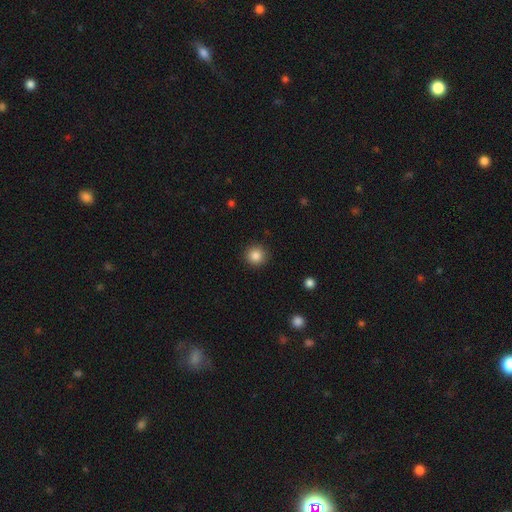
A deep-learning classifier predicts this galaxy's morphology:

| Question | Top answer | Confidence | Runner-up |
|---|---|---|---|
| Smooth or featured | smooth | 85% | star or artifact (10%) |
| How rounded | round | 95% | in between (4%) |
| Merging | none | 92% | minor disturbance (5%) |